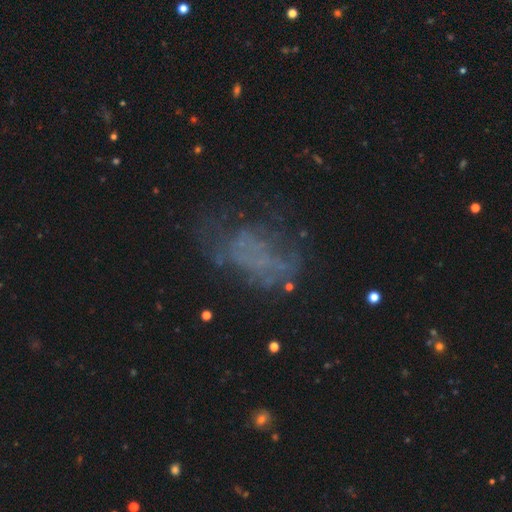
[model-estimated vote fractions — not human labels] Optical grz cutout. It shows a featured or disk galaxy (45%). Merging: none (40%).